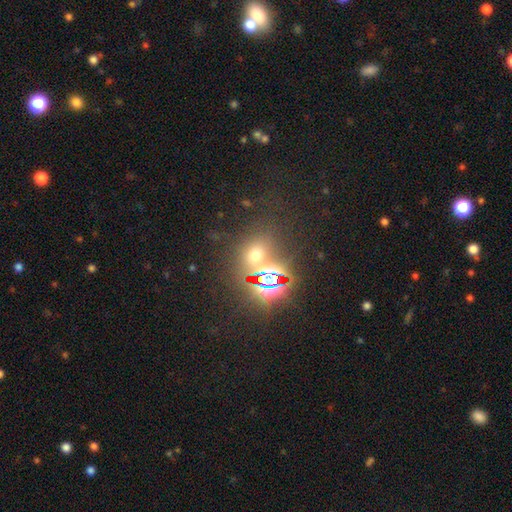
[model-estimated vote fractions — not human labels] This is possibly a star or artifact rather than a galaxy (52%).